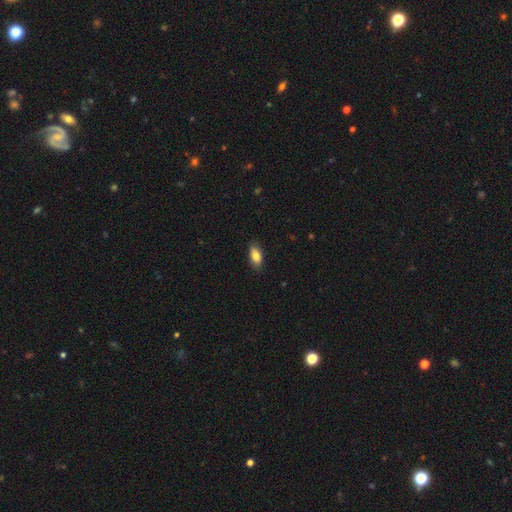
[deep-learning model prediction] The model was most divided on "smooth or featured": smooth: 82%, featured or disk: 12%, star or artifact: 7%. More confident: how rounded — in between (90%); merging — none (87%).